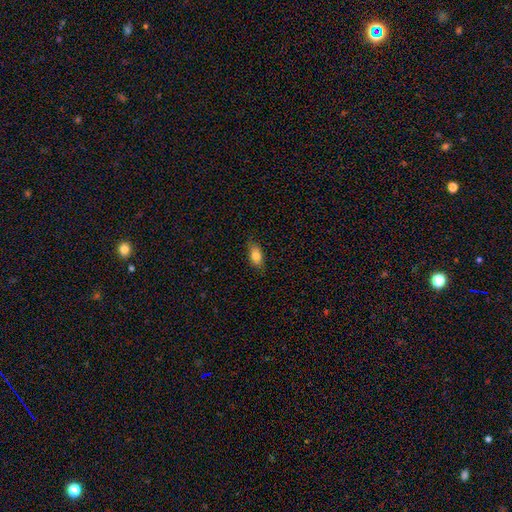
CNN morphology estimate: Smooth or featured?
  - smooth: 82% *
  - featured or disk: 10%
  - star or artifact: 8%
How rounded?
  - in between: 86% *
  - cigar-shaped: 9%
  - round: 6%
Merging?
  - none: 80% *
  - minor disturbance: 16%
  - major disturbance: 3%
  - merger: 1%